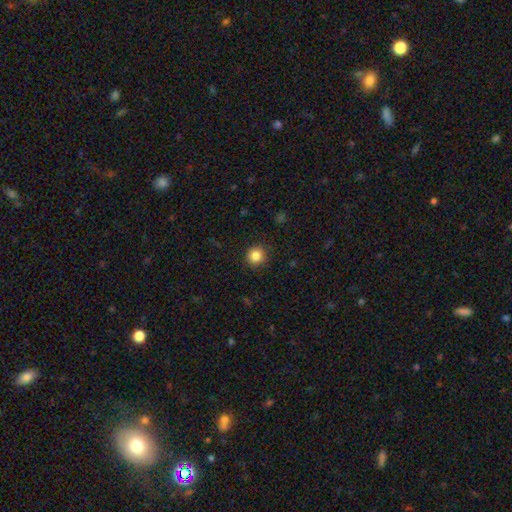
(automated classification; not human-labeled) Overall: smooth (85%). How rounded: round (93%). Merging: none (88%).